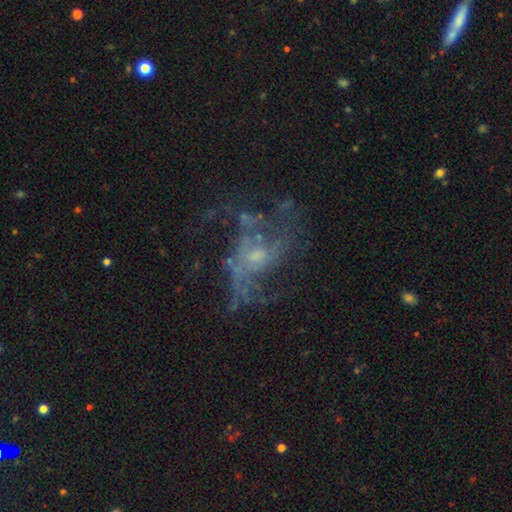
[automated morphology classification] smooth_or_featured: featured or disk (p=0.72) [alt: star or artifact p=0.15]
disk_edge_on: no (p=0.97) [alt: yes p=0.03]
bar: no (p=0.69) [alt: weak p=0.26]
has_spiral_arms: yes (p=0.55) [alt: no p=0.45]
bulge_size: small (p=0.51) [alt: moderate p=0.31]
merging: major disturbance (p=0.39) [tied with: none p=0.39]